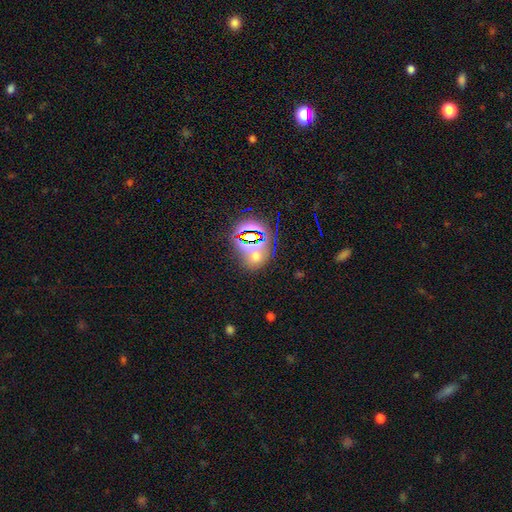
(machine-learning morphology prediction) smooth-or-featured: star or artifact: 51% | smooth: 40% | featured or disk: 9%